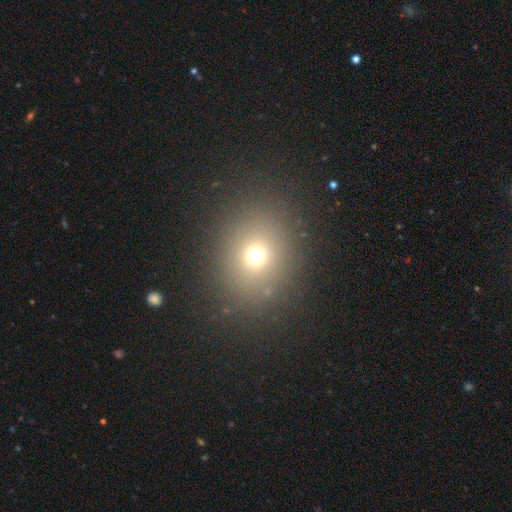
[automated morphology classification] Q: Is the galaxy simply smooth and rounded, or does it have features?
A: smooth — 68%.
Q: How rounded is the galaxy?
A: round — 69%.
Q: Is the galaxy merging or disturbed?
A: none — 85%.